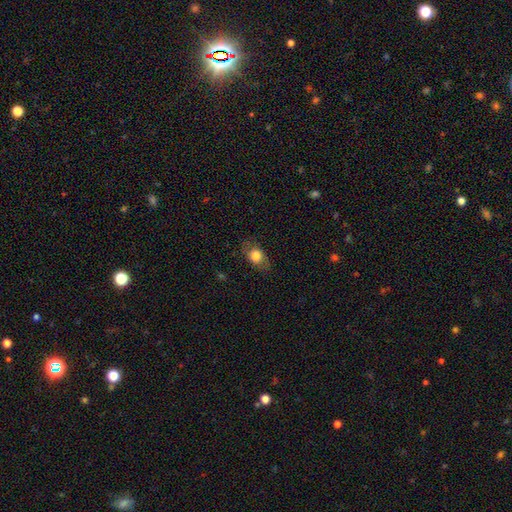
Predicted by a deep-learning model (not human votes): smooth 75%, featured or disk 17%, star or artifact 8%. Down the decision tree: how rounded — in between (68%); merging — none (77%).